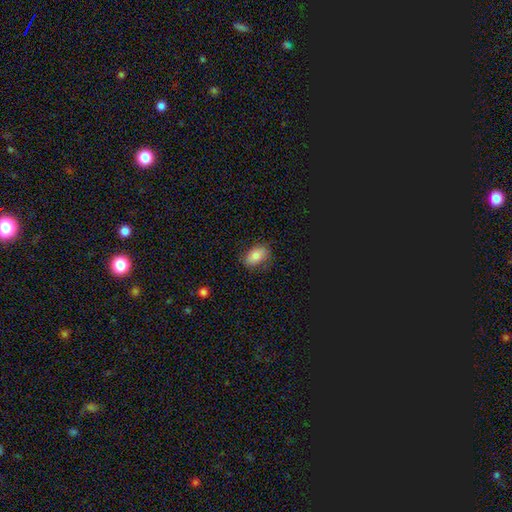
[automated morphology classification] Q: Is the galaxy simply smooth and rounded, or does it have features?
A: smooth — 81%.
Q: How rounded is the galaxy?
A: in between — 88%.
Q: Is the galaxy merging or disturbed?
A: none — 75%.